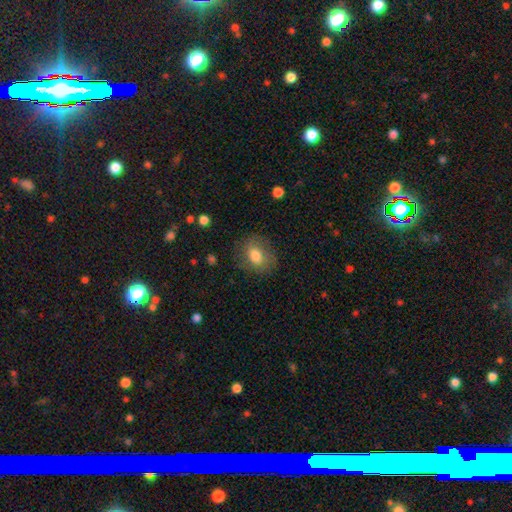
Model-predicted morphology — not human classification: smooth_or_featured: smooth (p=0.75) [alt: featured or disk p=0.17]
how_rounded: in between (p=0.57) [alt: round p=0.41]
merging: none (p=0.76) [alt: minor disturbance p=0.16]